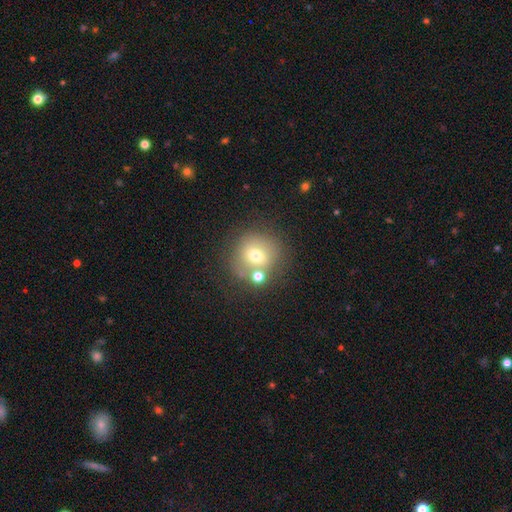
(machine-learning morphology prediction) Smooth or featured? smooth (65%)
How rounded? round (88%)
Merging? none (64%)